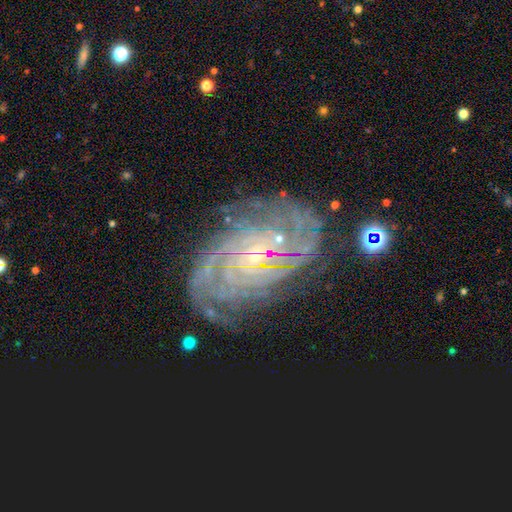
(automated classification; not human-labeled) Overall: featured or disk (86%). Edge-on disk: no (97%). Bar: no (63%; weak 27%). Spiral arms: yes (97%). Spiral arm count: more than 4 (28%; can't tell 24%). Spiral winding: tight (78%). Bulge size: small (86%). Merging: none (70%).